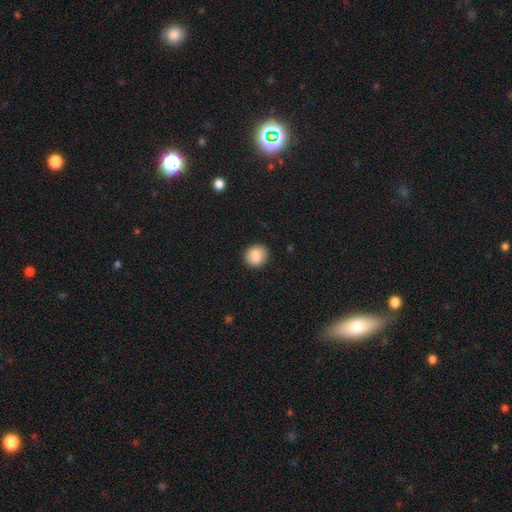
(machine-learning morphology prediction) smooth-or-featured: smooth: 82% | featured or disk: 10% | star or artifact: 8%
  how-rounded: round: 85% | in between: 14% | cigar-shaped: 1%
  merging: none: 89% | minor disturbance: 8% | major disturbance: 2% | merger: 1%